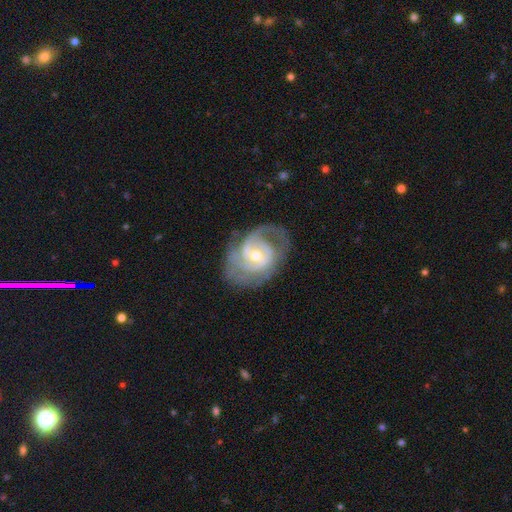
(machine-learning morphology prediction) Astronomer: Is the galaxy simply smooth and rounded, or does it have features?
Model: featured or disk — 86%.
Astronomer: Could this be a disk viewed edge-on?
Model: no — 97%.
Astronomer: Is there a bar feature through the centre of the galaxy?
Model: no — 49% (runner-up: weak, 40%).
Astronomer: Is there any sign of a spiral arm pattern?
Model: yes — 94%.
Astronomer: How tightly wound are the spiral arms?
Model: tight — 47% (runner-up: medium, 41%).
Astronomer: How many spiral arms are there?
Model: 2 — 44% (runner-up: can't tell, 22%).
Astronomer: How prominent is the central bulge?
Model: moderate — 51% (runner-up: small, 45%).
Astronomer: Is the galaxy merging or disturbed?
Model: none — 63%.